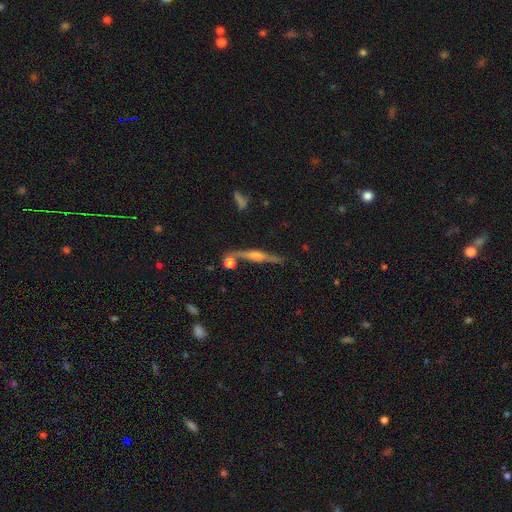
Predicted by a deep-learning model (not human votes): This appears to be a featured or disk galaxy (79%) viewed edge-on (97%) with a rounded central bulge (85%). Merging: none (79%).